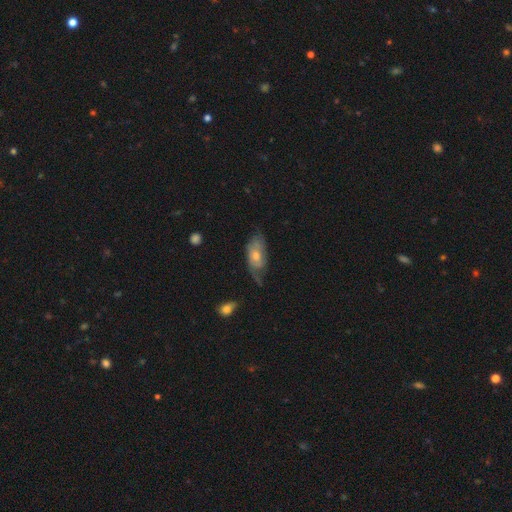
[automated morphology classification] This is possibly a featured or disk galaxy (55%). It is clearly not viewed edge-on (88%). Merging: possibly none (50%).